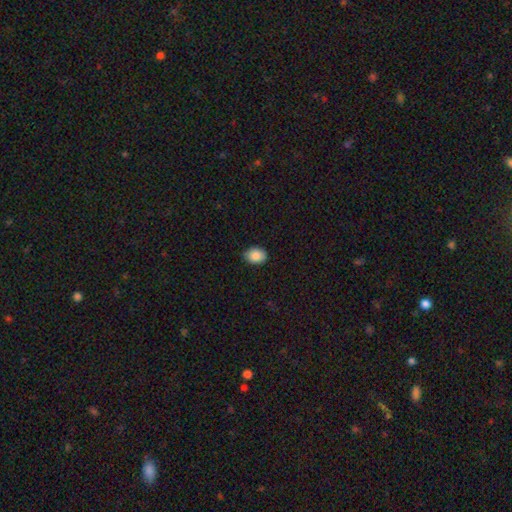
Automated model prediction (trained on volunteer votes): Morphology: type=smooth (88%); roundness=in between (63%); merging=none (81%).